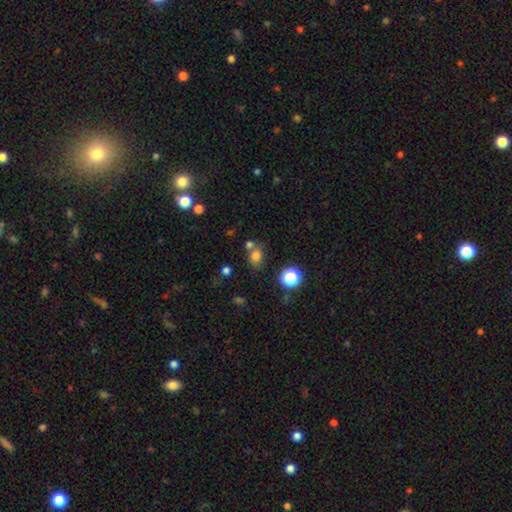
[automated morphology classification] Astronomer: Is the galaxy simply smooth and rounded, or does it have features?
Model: smooth — 74%.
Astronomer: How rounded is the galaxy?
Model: in between — 52% (runner-up: round, 46%).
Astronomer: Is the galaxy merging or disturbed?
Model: none — 58%.